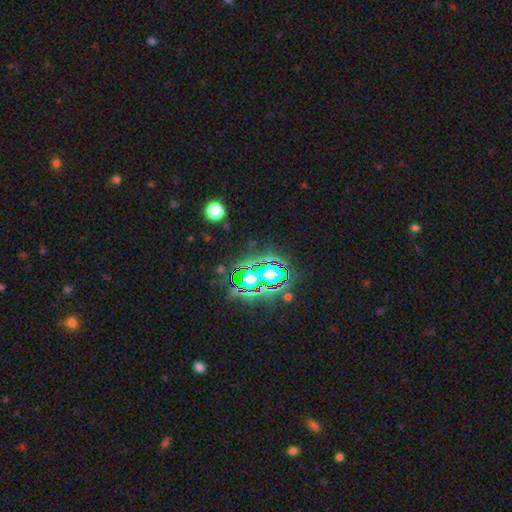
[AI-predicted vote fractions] Overall: star or artifact (77%).